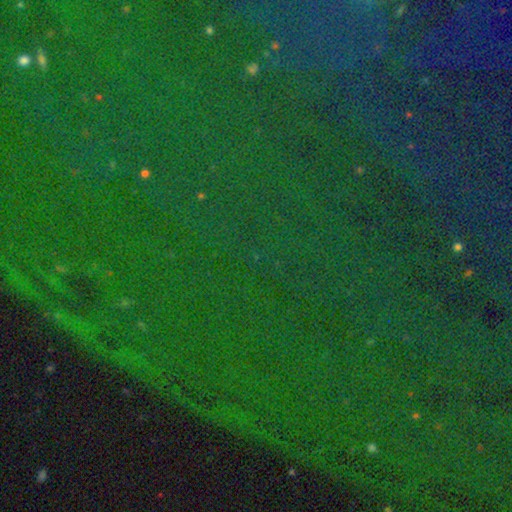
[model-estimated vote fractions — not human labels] The model was most divided on "smooth or featured": star or artifact: 84%, smooth: 9%, featured or disk: 7%.